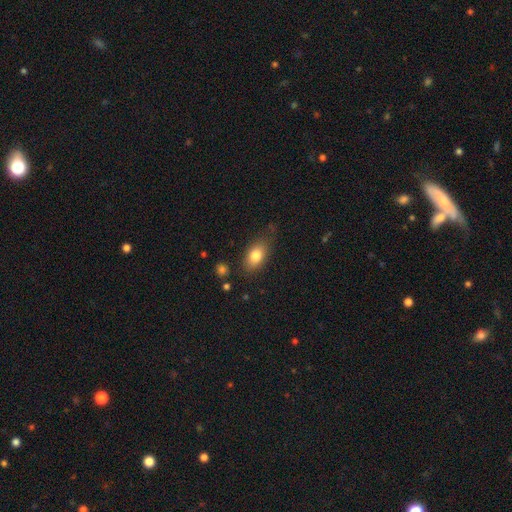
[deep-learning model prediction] The model was most divided on "merging": none: 73%, minor disturbance: 19%, major disturbance: 5%, merger: 2%. More confident: how rounded — in between (85%); smooth or featured — smooth (81%).